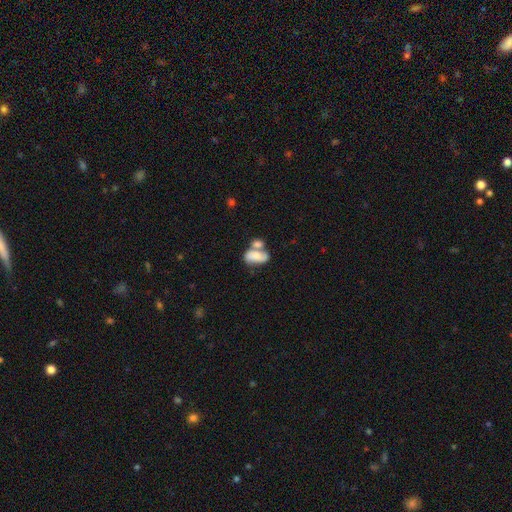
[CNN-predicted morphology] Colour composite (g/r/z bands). It shows a smooth galaxy with no disk features (61%) that is in between round and cigar-shaped (90%). Merging: merger (57%).